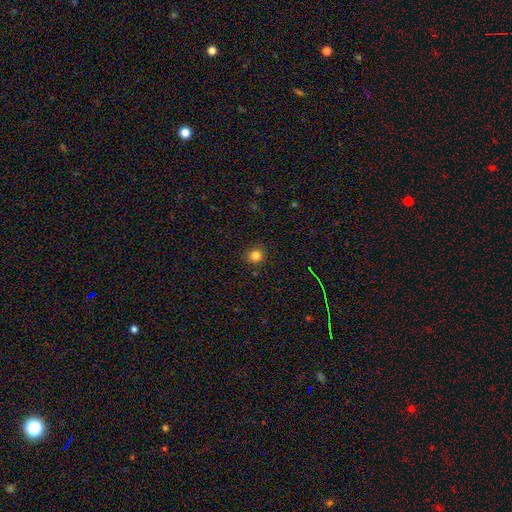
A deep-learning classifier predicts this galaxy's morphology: A smooth galaxy with no disk features (81%) that is round (88%).

Vote fractions:
- Smooth or featured? smooth: 81% / star or artifact: 14% / featured or disk: 5%
- How rounded? round: 88% / in between: 11% / cigar-shaped: 1%
- Merging? none: 88% / minor disturbance: 8% / major disturbance: 2% / merger: 1%